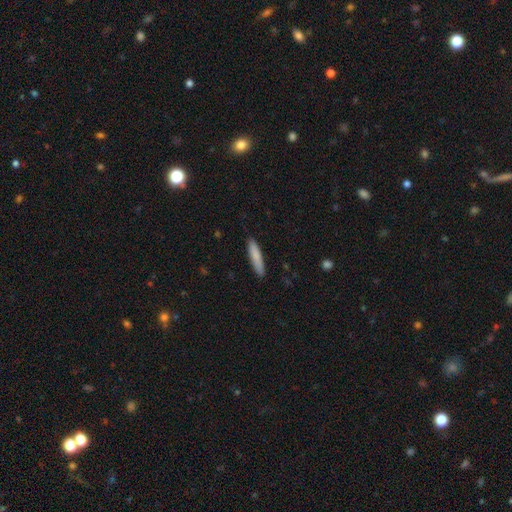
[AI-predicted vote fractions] A smooth galaxy with no disk features (83%) that is cigar-shaped (86%). Merging: none (88%).